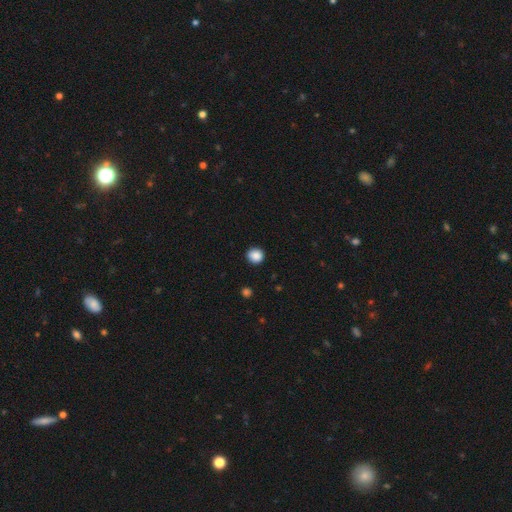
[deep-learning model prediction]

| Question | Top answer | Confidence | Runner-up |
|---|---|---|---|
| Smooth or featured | smooth | 88% | star or artifact (9%) |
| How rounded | round | 89% | in between (10%) |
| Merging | none | 91% | minor disturbance (6%) |